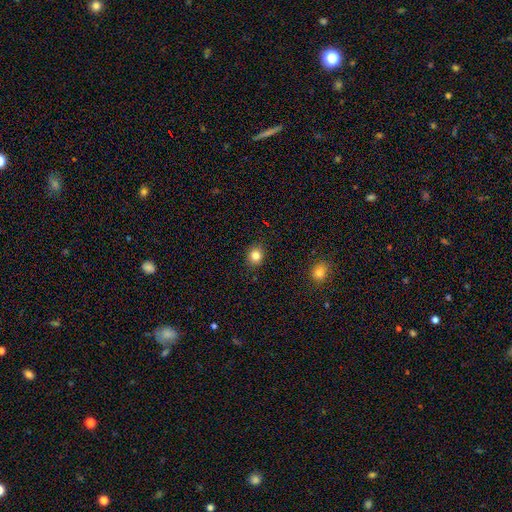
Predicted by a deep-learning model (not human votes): Overall: smooth (83%). How rounded: round (71%). Merging: none (89%).